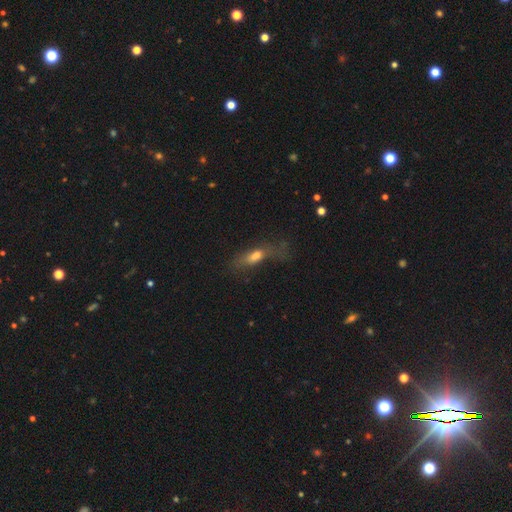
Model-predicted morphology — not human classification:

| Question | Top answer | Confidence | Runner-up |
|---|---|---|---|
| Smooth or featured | smooth | 56% | featured or disk (30%) |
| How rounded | in between | 50% | cigar-shaped (44%) |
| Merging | none | 35% | major disturbance (32%) |